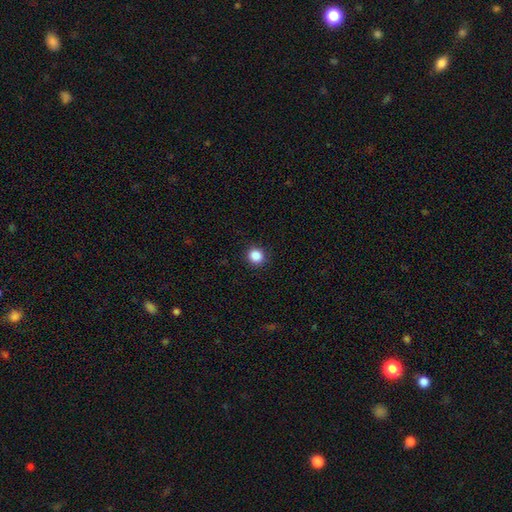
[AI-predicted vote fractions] This appears to be a smooth galaxy with no disk features (87%) that is round (92%). Merging: none (91%).